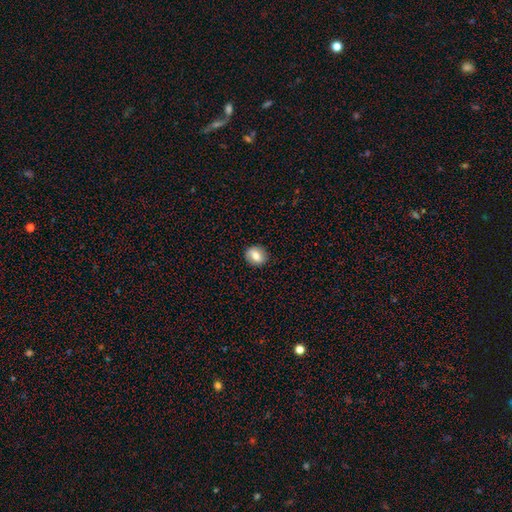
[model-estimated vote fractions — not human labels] smooth 70%, featured or disk 22%, star or artifact 9%. Down the decision tree: how rounded — round (68%); merging — none (88%).